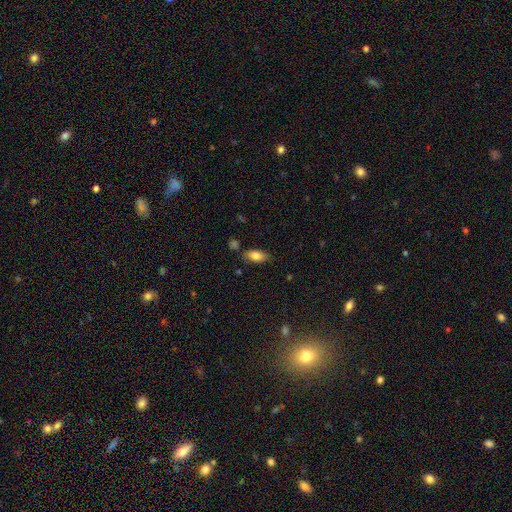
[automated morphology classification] smooth_or_featured: smooth (p=0.80) [alt: featured or disk p=0.12]
how_rounded: in between (p=0.87) [alt: cigar-shaped p=0.09]
merging: none (p=0.77) [alt: minor disturbance p=0.16]